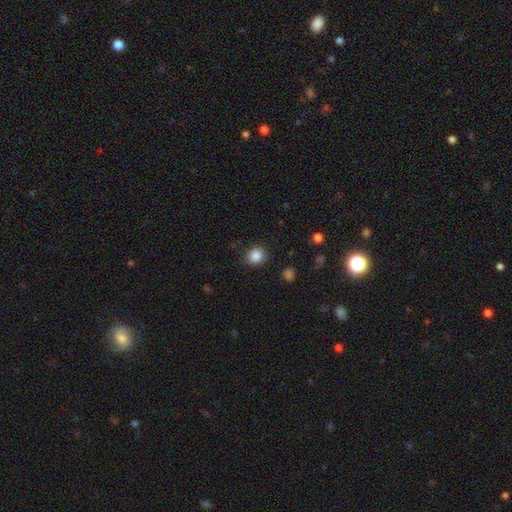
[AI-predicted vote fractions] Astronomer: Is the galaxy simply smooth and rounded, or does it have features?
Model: smooth — 87%.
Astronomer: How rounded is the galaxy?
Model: round — 81%.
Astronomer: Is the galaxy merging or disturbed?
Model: none — 88%.